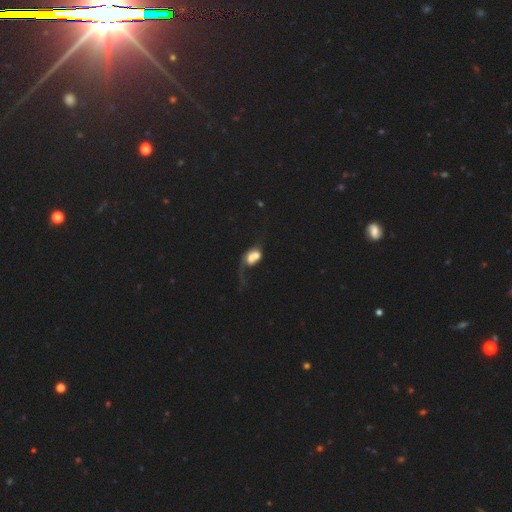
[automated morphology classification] smooth-or-featured: smooth: 49% | featured or disk: 39% | star or artifact: 11%
  merging: merger: 51% | major disturbance: 28% | none: 13% | minor disturbance: 8%